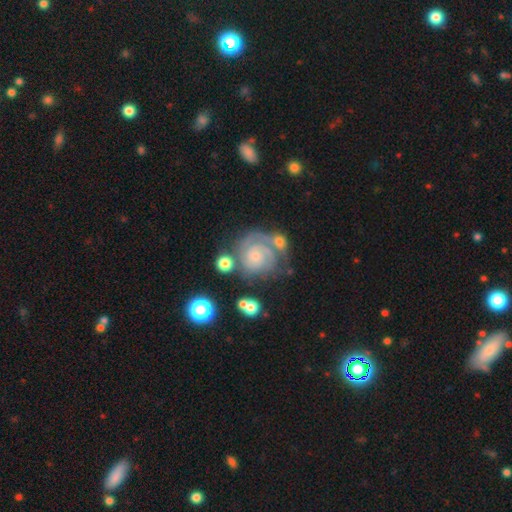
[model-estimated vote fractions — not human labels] smooth_or_featured: featured or disk (p=0.84) [alt: smooth p=0.10]
disk_edge_on: no (p=0.98) [alt: yes p=0.02]
bar: no (p=0.76) [alt: weak p=0.20]
has_spiral_arms: yes (p=0.96) [alt: no p=0.04]
spiral_winding: tight (p=0.75) [alt: medium p=0.21]
spiral_arm_count: 2 (p=0.46) [alt: 3 p=0.20]
bulge_size: small (p=0.71) [alt: moderate p=0.20]
merging: none (p=0.58) [alt: minor disturbance p=0.18]